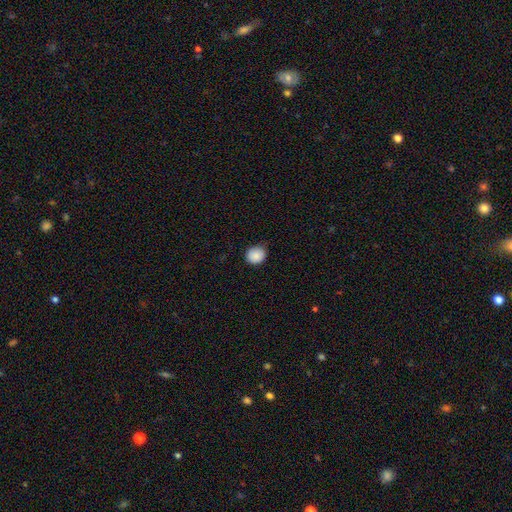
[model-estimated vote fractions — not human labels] This is clearly a smooth galaxy (88%). How rounded: clearly round (83%). Merging: likely none (79%).